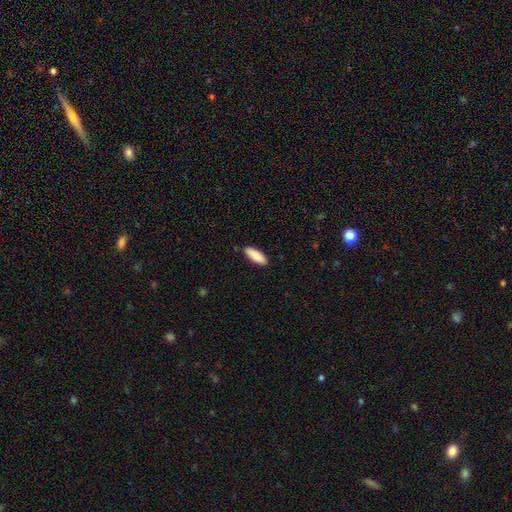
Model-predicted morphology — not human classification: Q: Smooth or featured?
A: smooth (89%); runner-up: featured or disk (6%)
Q: How rounded?
A: in between (67%); runner-up: cigar-shaped (31%)
Q: Merging?
A: none (88%); runner-up: minor disturbance (9%)